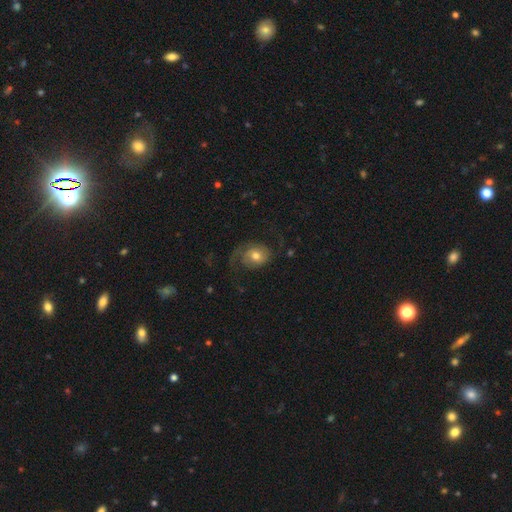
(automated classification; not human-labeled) Overall: featured or disk (54%; smooth 38%). Edge-on disk: no (97%). Bar: no (75%). Spiral arms: yes (82%). Bulge size: moderate (69%). Merging: none (49%; major disturbance 29%).